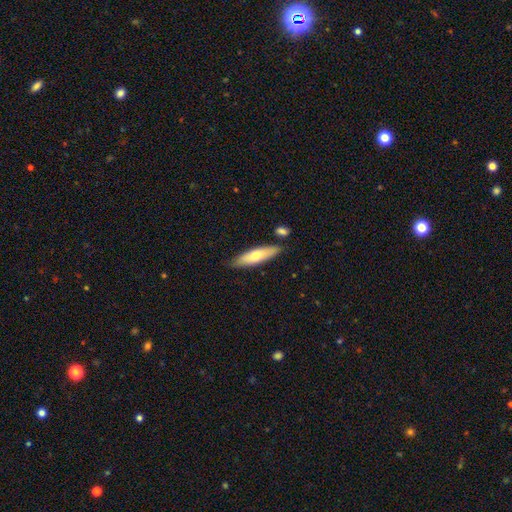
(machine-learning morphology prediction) A smooth galaxy with no disk features (64%) that is cigar-shaped (64%). Merging: none (80%).